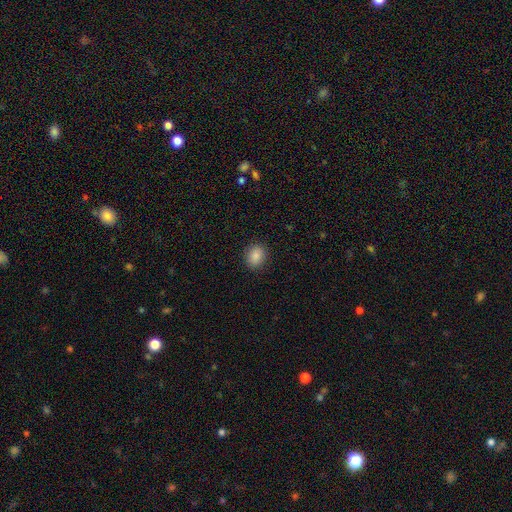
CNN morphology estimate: smooth 87%, star or artifact 9%, featured or disk 4%. Down the decision tree: how rounded — round (57%); merging — none (90%).